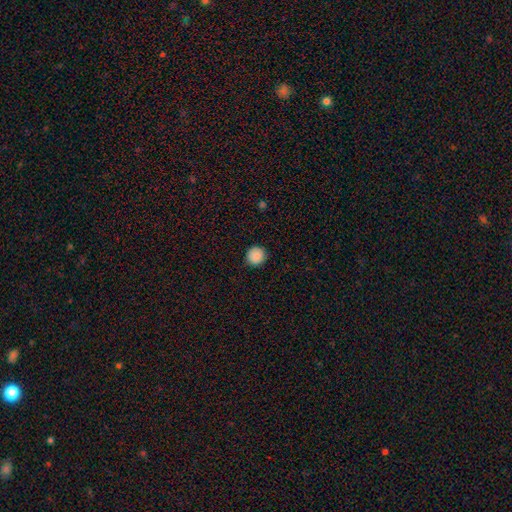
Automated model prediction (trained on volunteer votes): A smooth galaxy with no disk features (88%) that is round (94%).

Vote fractions:
- Smooth or featured? smooth: 88% / star or artifact: 9% / featured or disk: 3%
- How rounded? round: 94% / in between: 5% / cigar-shaped: 1%
- Merging? none: 90% / minor disturbance: 7% / major disturbance: 2% / merger: 1%